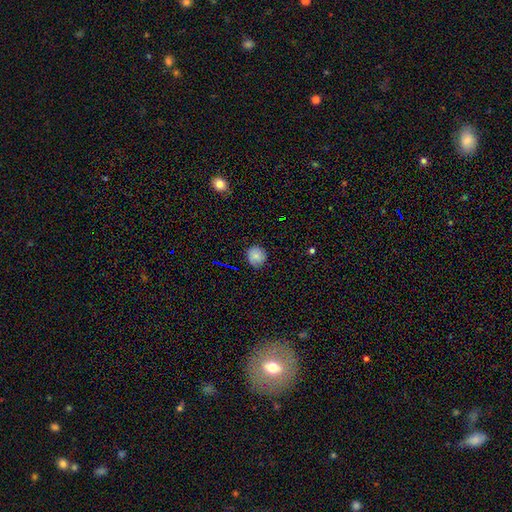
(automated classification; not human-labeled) This is likely a smooth galaxy (73%). How rounded: clearly round (84%). Merging: likely none (78%).